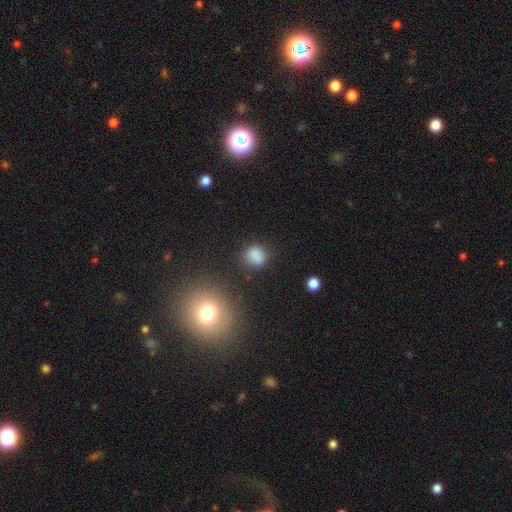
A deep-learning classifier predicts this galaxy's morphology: Smooth or featured? smooth (83%)
How rounded? round (65%)
Merging? none (75%)